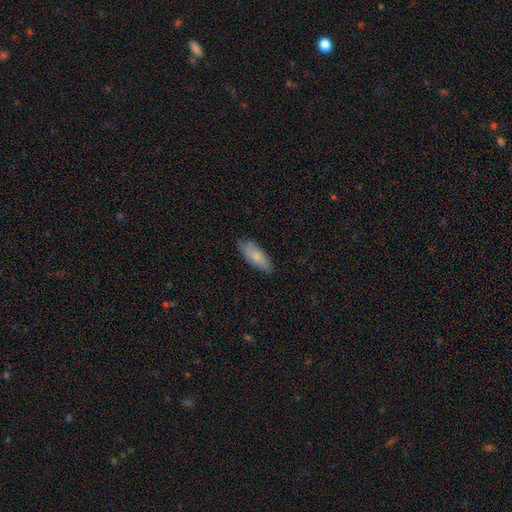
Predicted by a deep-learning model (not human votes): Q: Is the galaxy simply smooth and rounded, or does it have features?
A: smooth — 78%.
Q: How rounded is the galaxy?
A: in between — 75%.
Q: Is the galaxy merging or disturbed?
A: none — 79%.